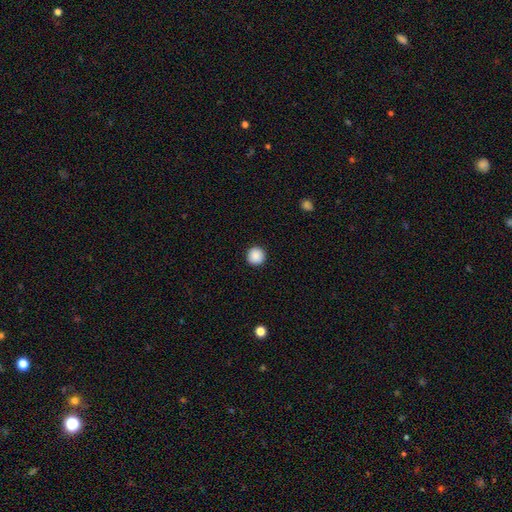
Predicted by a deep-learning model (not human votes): Smooth or featured?
  - smooth: 89% *
  - star or artifact: 8%
  - featured or disk: 3%
How rounded?
  - round: 96% *
  - in between: 3%
  - cigar-shaped: 1%
Merging?
  - none: 92% *
  - minor disturbance: 5%
  - major disturbance: 2%
  - merger: 1%